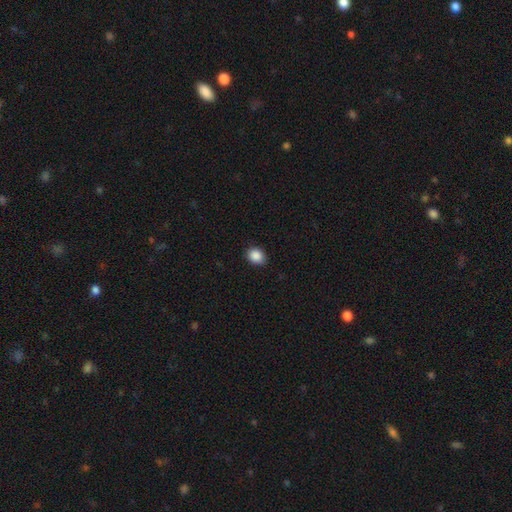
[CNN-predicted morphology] A smooth galaxy with no disk features (89%) that is round (54%). Merging: none (86%).